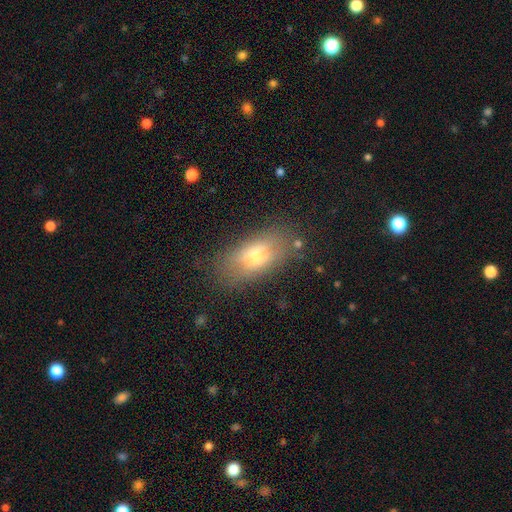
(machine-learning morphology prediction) smooth_or_featured: smooth (p=0.64) [alt: featured or disk p=0.26]
how_rounded: in between (p=0.84) [alt: cigar-shaped p=0.10]
merging: none (p=0.75) [alt: minor disturbance p=0.16]